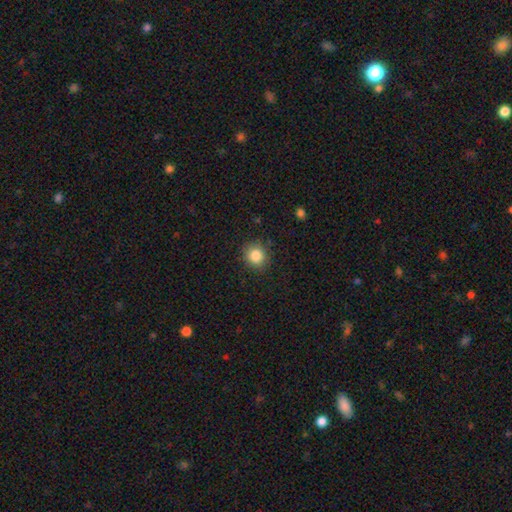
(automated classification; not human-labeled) smooth_or_featured: smooth (p=0.85) [alt: star or artifact p=0.10]
how_rounded: round (p=0.85) [alt: in between p=0.14]
merging: none (p=0.87) [alt: minor disturbance p=0.09]